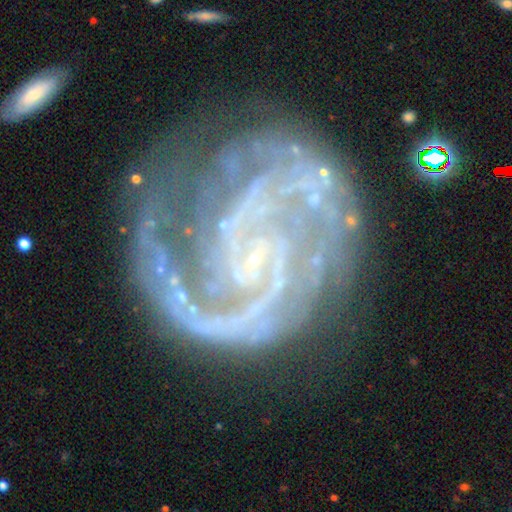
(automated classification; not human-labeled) A featured or disk galaxy (90%) with no bar (53%), 2 (46%) tight (59%) spiral arms (97%) and a small central bulge (73%). Merging: none (58%).